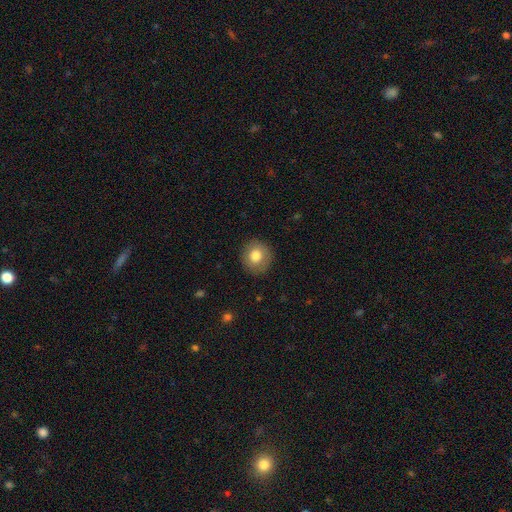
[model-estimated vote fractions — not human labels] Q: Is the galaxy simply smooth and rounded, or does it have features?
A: smooth — 79%.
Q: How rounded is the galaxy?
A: round — 89%.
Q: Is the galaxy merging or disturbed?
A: none — 89%.